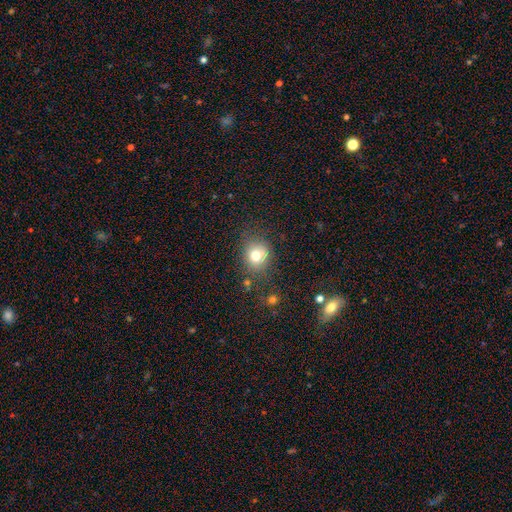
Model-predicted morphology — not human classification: This is likely a smooth galaxy (75%). How rounded: likely round (77%). Merging: likely none (72%).